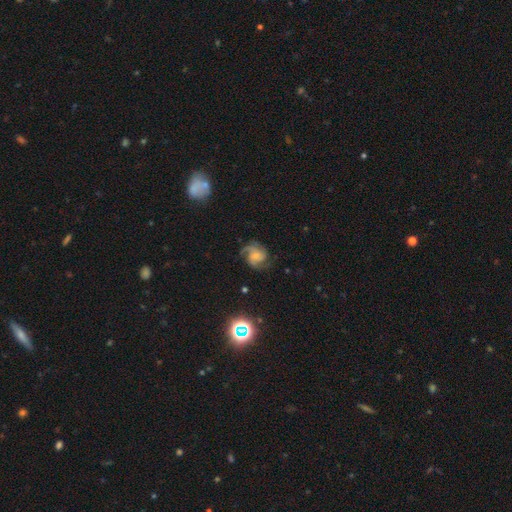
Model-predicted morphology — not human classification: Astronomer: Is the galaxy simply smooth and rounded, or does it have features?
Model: featured or disk — 81%.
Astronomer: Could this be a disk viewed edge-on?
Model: no — 98%.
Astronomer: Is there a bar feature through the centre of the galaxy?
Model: no — 70%.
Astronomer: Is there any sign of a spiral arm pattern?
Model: yes — 97%.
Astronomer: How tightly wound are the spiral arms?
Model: medium — 51% (runner-up: tight, 30%).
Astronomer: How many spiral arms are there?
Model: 3 — 40% (runner-up: 2, 35%).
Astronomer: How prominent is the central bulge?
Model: small — 59%.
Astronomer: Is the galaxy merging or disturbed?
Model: none — 69%.